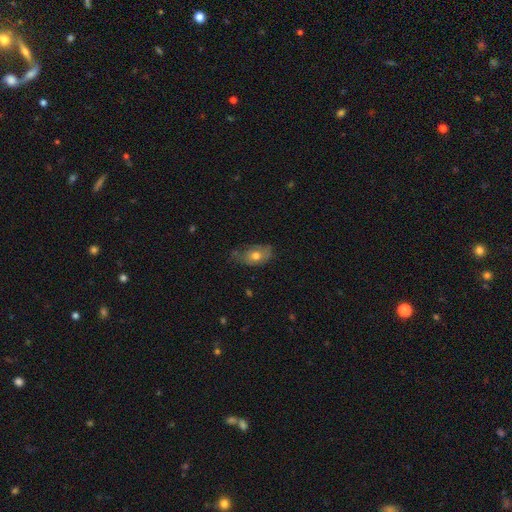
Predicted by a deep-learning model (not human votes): Smooth or featured?
  - smooth: 66% *
  - featured or disk: 26%
  - star or artifact: 8%
How rounded?
  - in between: 86% *
  - round: 12%
  - cigar-shaped: 2%
Merging?
  - none: 51% *
  - minor disturbance: 37%
  - major disturbance: 9%
  - merger: 3%